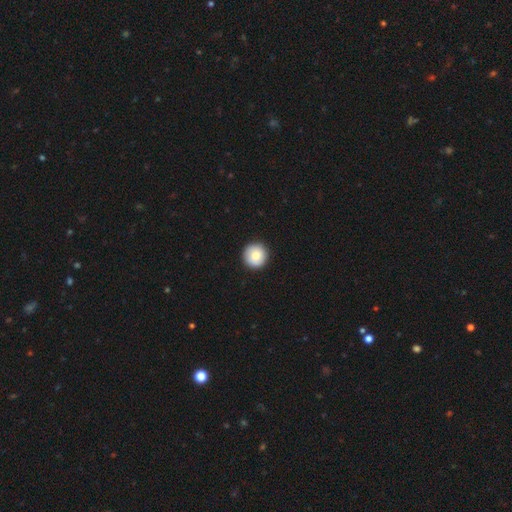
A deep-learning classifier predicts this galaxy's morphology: Overall: smooth (81%). How rounded: round (96%). Merging: none (93%).